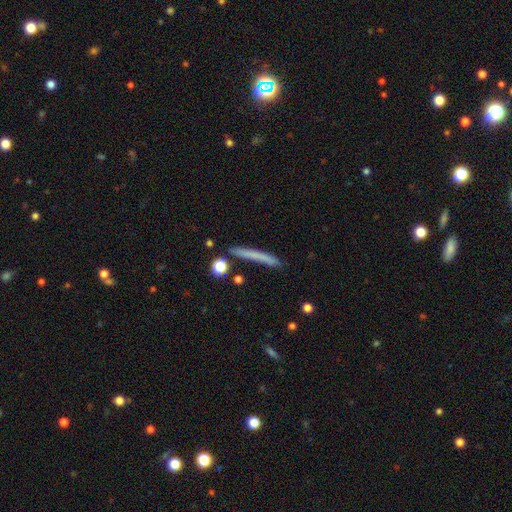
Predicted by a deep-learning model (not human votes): The model was most divided on "smooth or featured": smooth: 65%, featured or disk: 27%, star or artifact: 8%. More confident: how rounded — cigar-shaped (96%); merging — none (83%).